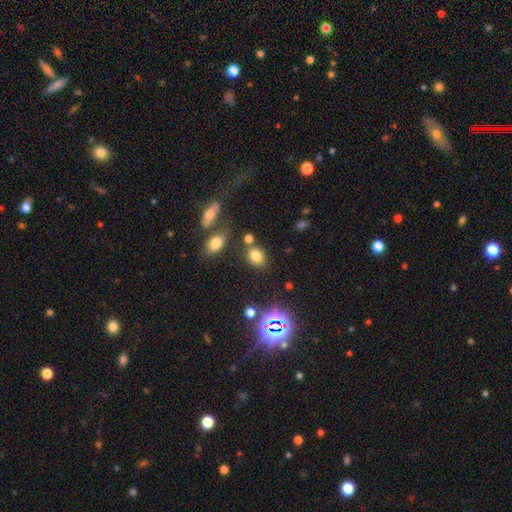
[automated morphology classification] Smooth or featured? Predicted: smooth (p=0.76). How rounded? Predicted: in between (p=0.58). Merging? Predicted: none (p=0.72).